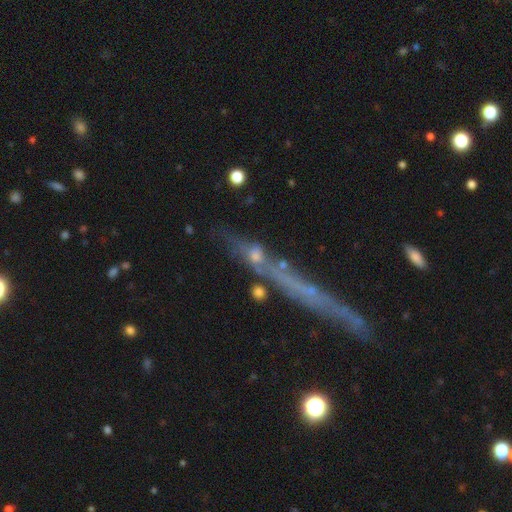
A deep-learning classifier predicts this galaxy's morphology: The model was most divided on "smooth or featured": featured or disk: 47%, smooth: 32%, star or artifact: 21%. More confident: merging — none (56%).